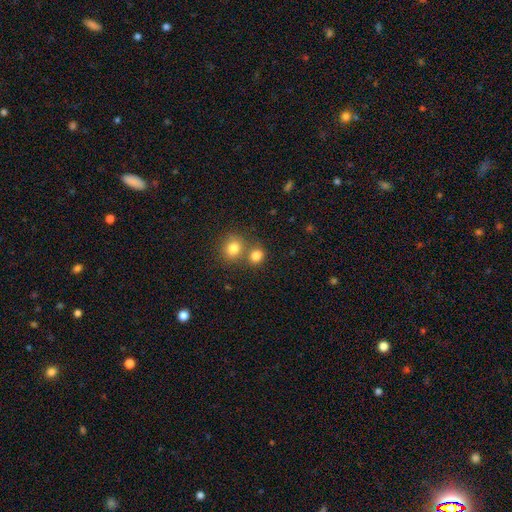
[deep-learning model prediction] smooth_or_featured: smooth (p=0.81) [alt: star or artifact p=0.12]
how_rounded: round (p=0.58) [alt: in between p=0.41]
merging: none (p=0.49) [alt: merger p=0.38]